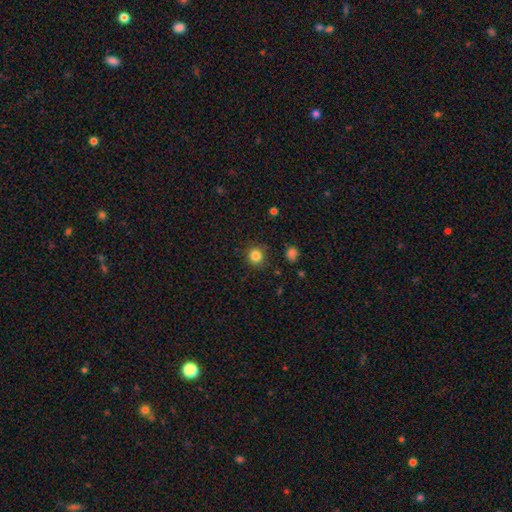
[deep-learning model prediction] The model was most divided on "smooth or featured": smooth: 84%, star or artifact: 12%, featured or disk: 5%. More confident: how rounded — round (89%); merging — none (86%).